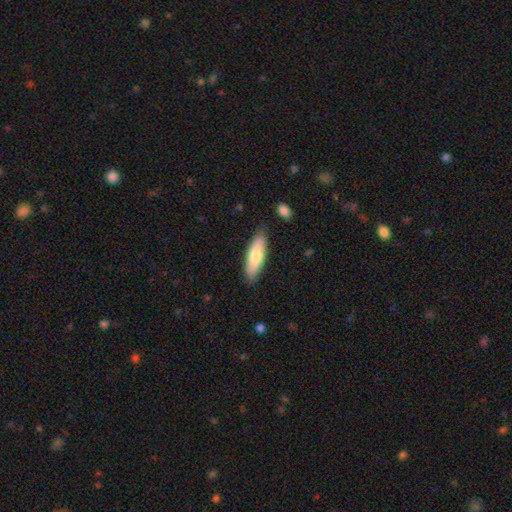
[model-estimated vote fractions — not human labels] Overall: smooth (73%). How rounded: in between (54%; cigar-shaped 44%). Merging: none (85%).